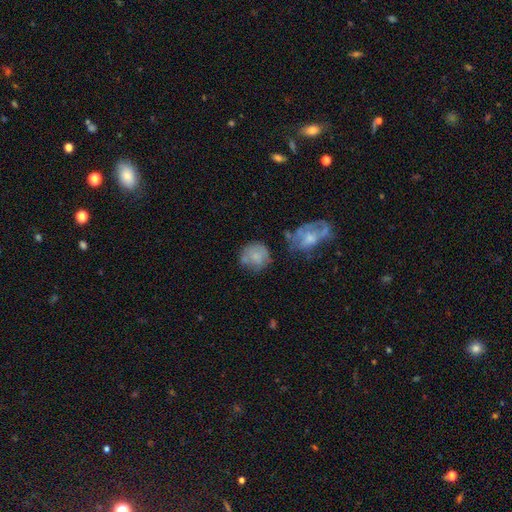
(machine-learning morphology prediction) A smooth galaxy with no disk features (67%) that is round (83%). Merging: none (54%).